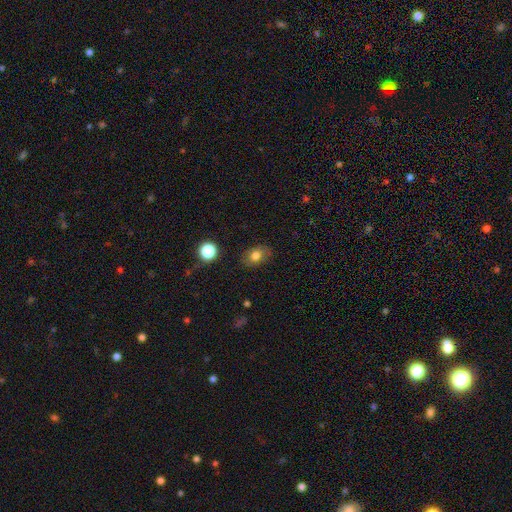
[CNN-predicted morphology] smooth 77%, featured or disk 12%, star or artifact 11%. Down the decision tree: how rounded — in between (74%); merging — none (84%).